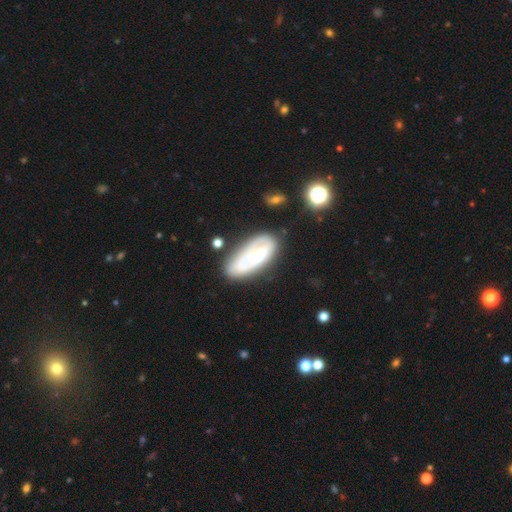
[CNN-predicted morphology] This appears to be a featured or disk galaxy (57%) with no bar (69%), spiral arms (51%) and a moderate central bulge (56%). Merging: none (58%).